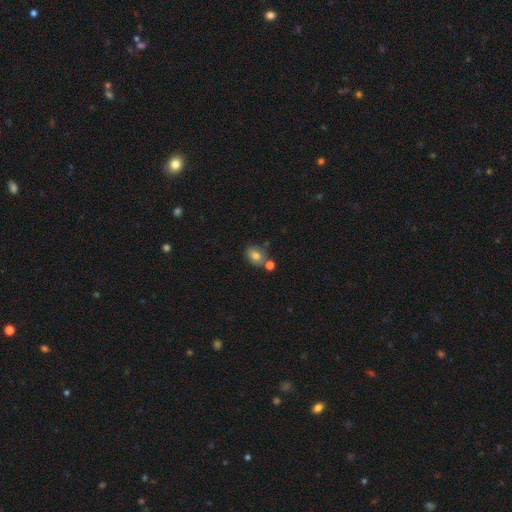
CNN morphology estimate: This appears to be a smooth galaxy with no disk features (78%) that is in between round and cigar-shaped (64%). Merging: none (61%).